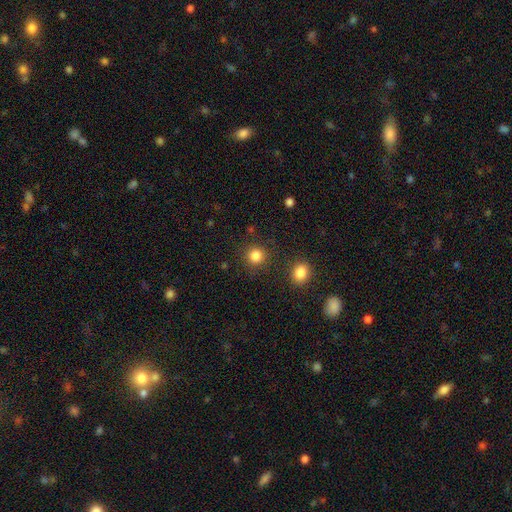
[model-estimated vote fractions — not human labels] Smooth or featured?
  - smooth: 84% *
  - star or artifact: 12%
  - featured or disk: 4%
How rounded?
  - round: 92% *
  - in between: 7%
  - cigar-shaped: 1%
Merging?
  - none: 87% *
  - minor disturbance: 7%
  - merger: 3%
  - major disturbance: 3%